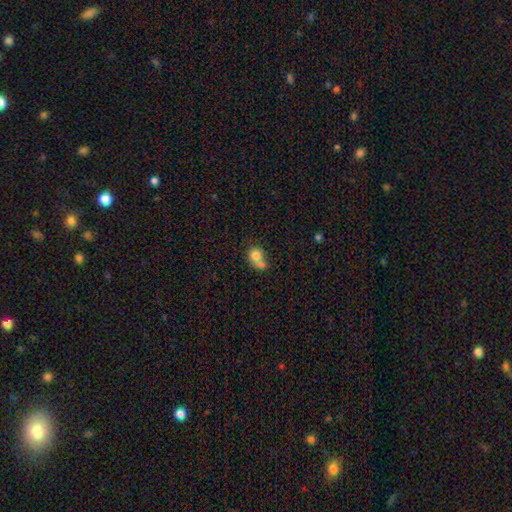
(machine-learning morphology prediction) Smooth or featured? smooth (76%)
How rounded? round (73%)
Merging? merger (59%)